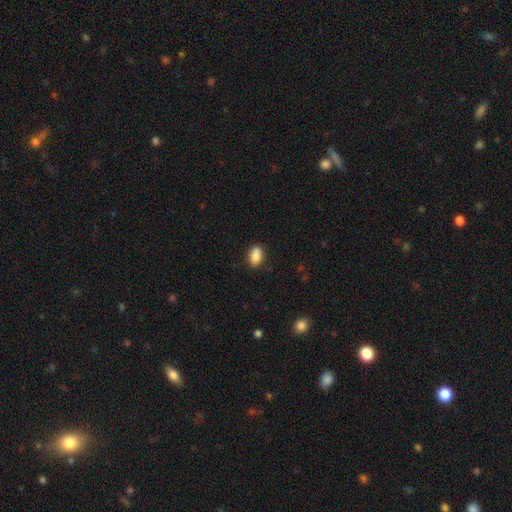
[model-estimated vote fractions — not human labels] A smooth galaxy with no disk features (87%) that is in between round and cigar-shaped (87%). Merging: none (83%).